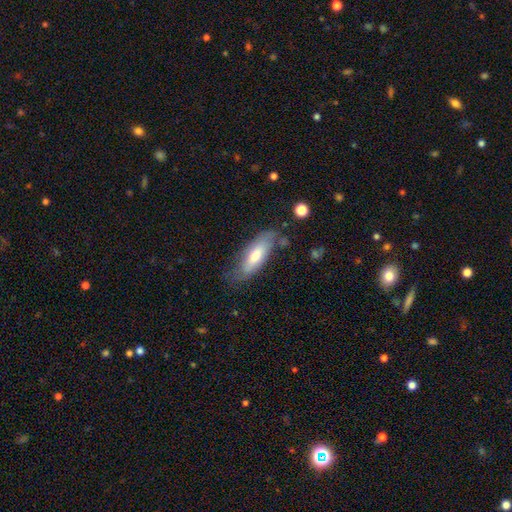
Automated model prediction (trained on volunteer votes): Overall: smooth (67%; featured or disk 27%). How rounded: in between (59%; cigar-shaped 39%). Merging: none (67%).